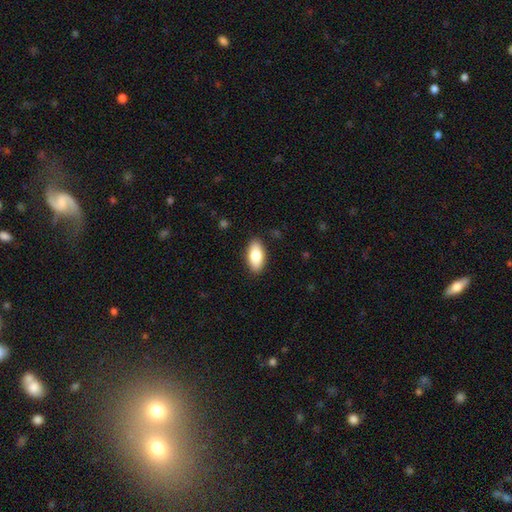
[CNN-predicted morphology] Smooth or featured: smooth — 81% (featured or disk — 13%)
How rounded: in between — 90% (cigar-shaped — 8%)
Merging: none — 88% (minor disturbance — 9%)